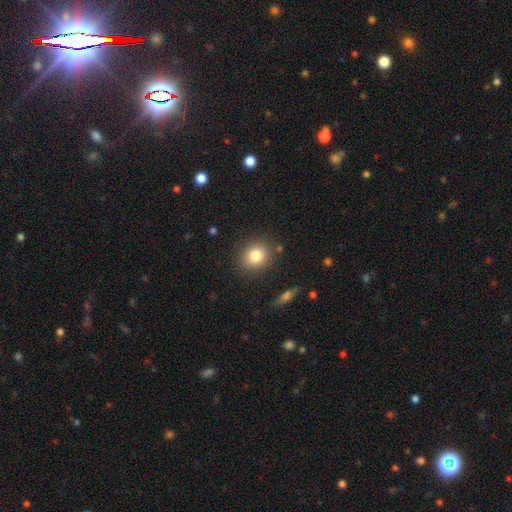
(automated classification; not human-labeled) A smooth galaxy with no disk features (81%) that is round (72%). Merging: none (85%).